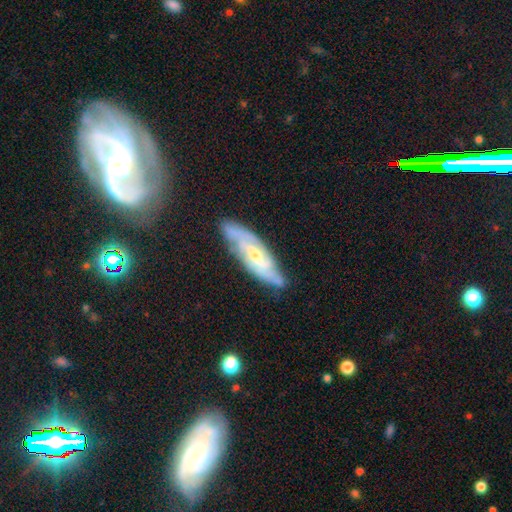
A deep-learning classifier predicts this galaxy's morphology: smooth_or_featured: featured or disk (p=0.81) [alt: smooth p=0.13]
disk_edge_on: no (p=0.81) [alt: yes p=0.19]
bar: weak (p=0.49) [alt: strong p=0.26]
has_spiral_arms: yes (p=0.93) [alt: no p=0.07]
spiral_winding: tight (p=0.48) [alt: medium p=0.41]
spiral_arm_count: 2 (p=0.59) [alt: can't tell p=0.24]
bulge_size: small (p=0.50) [alt: moderate p=0.44]
merging: none (p=0.76) [alt: minor disturbance p=0.18]